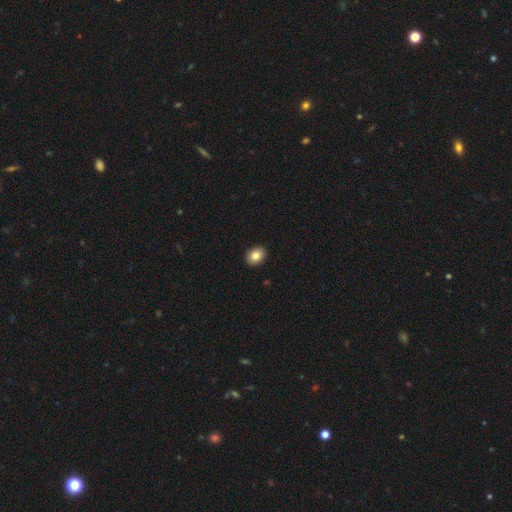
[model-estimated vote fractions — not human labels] smooth 83%, star or artifact 9%, featured or disk 9%. Down the decision tree: how rounded — in between (59%); merging — none (92%).